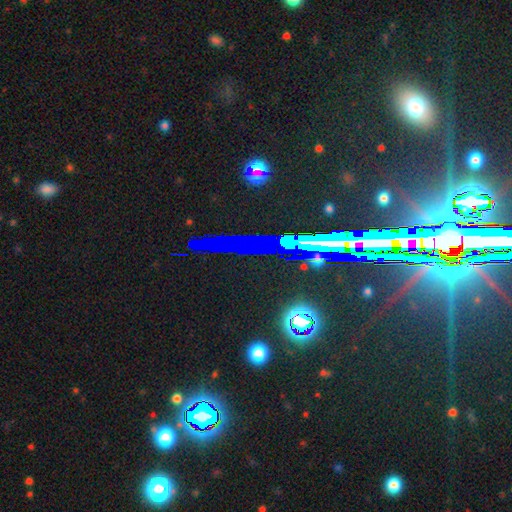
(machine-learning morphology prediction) A star or artifact, not a galaxy (77%).